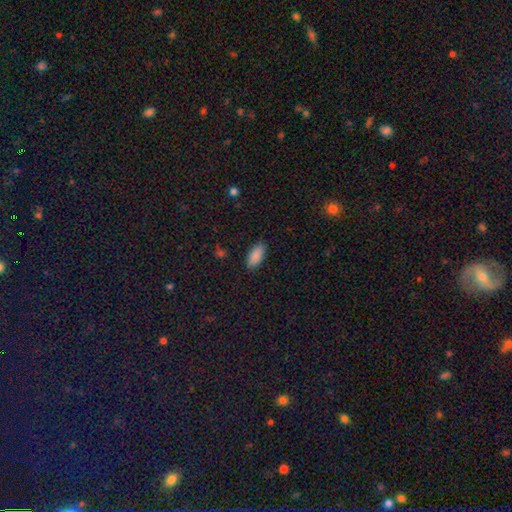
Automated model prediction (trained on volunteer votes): Smooth or featured? smooth (89%)
How rounded? in between (90%)
Merging? none (87%)